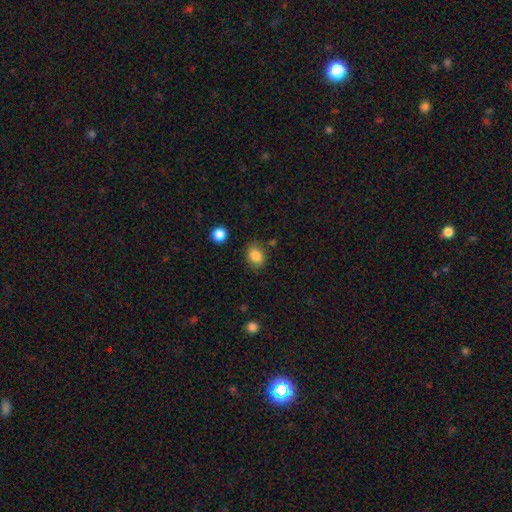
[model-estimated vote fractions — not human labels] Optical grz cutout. It shows a smooth galaxy with no disk features (84%) that is in between round and cigar-shaped (53%). Merging: none (79%).